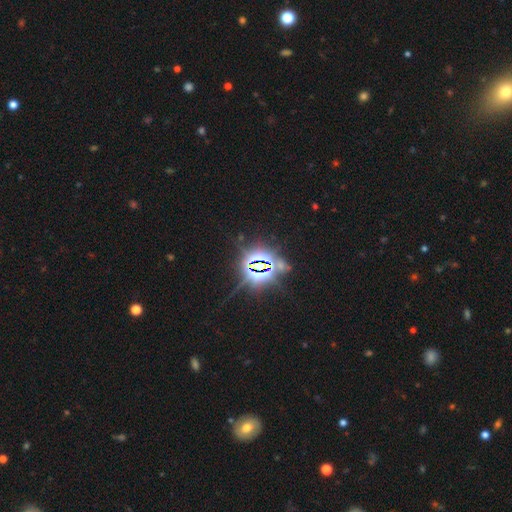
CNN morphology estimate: star or artifact 81%, smooth 11%, featured or disk 9%.